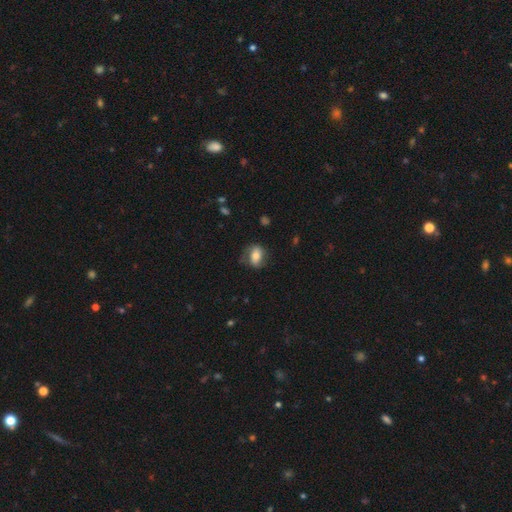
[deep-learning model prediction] This is likely a smooth galaxy (62%). How rounded: likely in between (72%). Merging: likely none (61%).